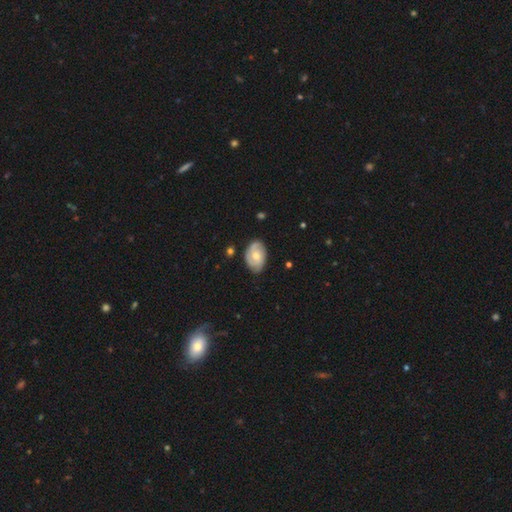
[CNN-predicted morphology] The model was most divided on "spiral arm count": 2: 40%, can't tell: 27%, 3: 22%, 1: 5%, 4: 4%, more than 4: 3%. More confident: edge-on disk — no (96%); spiral arms — yes (87%); merging — none (75%); bar — no (71%); smooth or featured — featured or disk (62%); bulge size — moderate (55%); spiral winding — tight (52%).